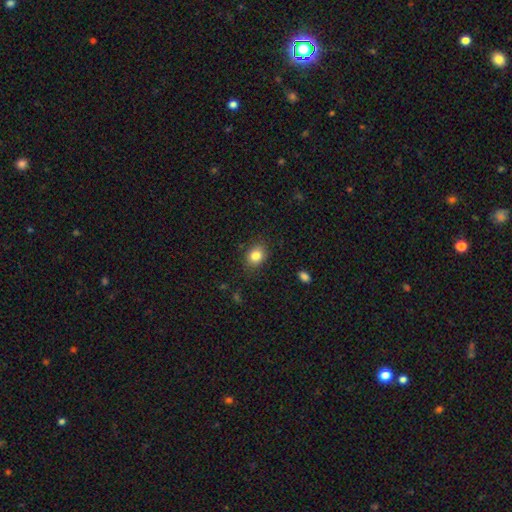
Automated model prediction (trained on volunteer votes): A smooth galaxy with no disk features (84%) that is in between round and cigar-shaped (53%). Merging: none (84%).